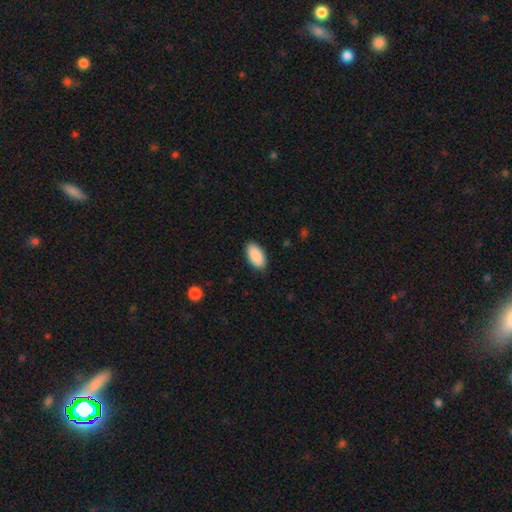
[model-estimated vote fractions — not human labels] Q: Smooth or featured?
A: smooth (91%); runner-up: star or artifact (6%)
Q: How rounded?
A: in between (95%); runner-up: cigar-shaped (3%)
Q: Merging?
A: none (89%); runner-up: minor disturbance (8%)